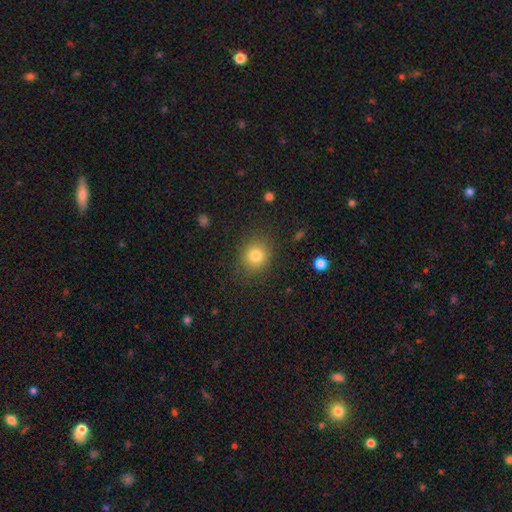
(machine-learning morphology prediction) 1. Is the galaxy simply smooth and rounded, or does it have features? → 81% smooth, 12% star or artifact, 7% featured or disk.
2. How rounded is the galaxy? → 77% round, 22% in between, 1% cigar-shaped.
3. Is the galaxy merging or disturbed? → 85% none, 10% minor disturbance, 4% major disturbance, 1% merger.